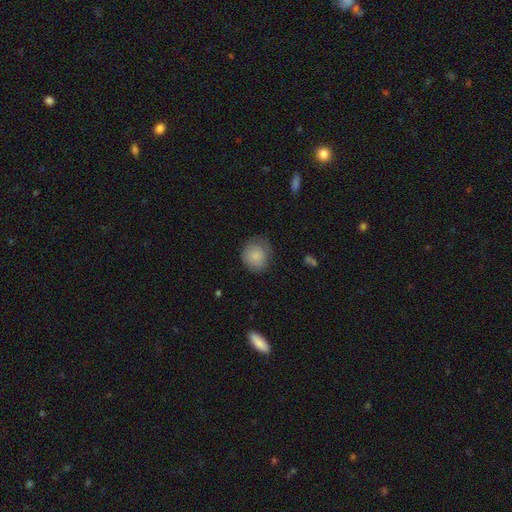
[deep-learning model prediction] Smooth or featured? smooth (84%)
How rounded? round (83%)
Merging? none (68%)